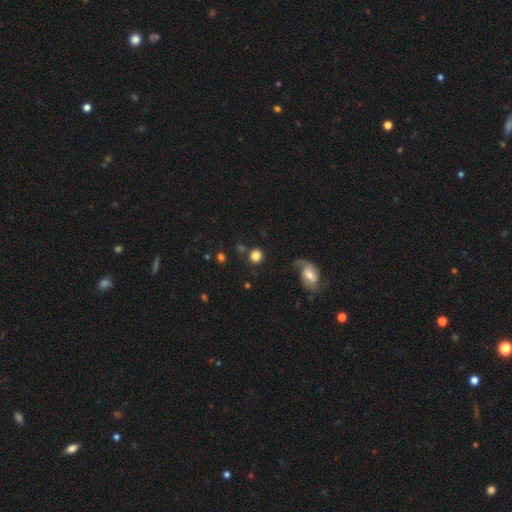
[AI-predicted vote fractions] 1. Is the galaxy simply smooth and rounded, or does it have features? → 81% smooth, 10% star or artifact, 9% featured or disk.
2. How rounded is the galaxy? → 92% round, 6% in between, 1% cigar-shaped.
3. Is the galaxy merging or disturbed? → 80% none, 8% minor disturbance, 7% merger, 5% major disturbance.